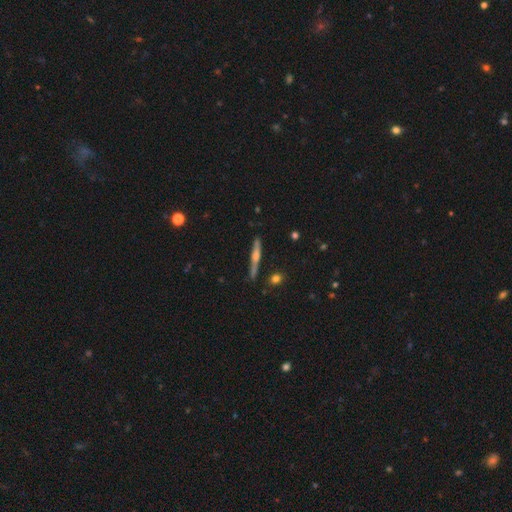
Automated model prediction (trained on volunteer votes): Smooth or featured: featured or disk — 66% (smooth — 27%)
Edge-on disk: yes — 97% (no — 3%)
Edge-on bulge: rounded — 74% (none — 16%)
Merging: none — 87% (minor disturbance — 9%)